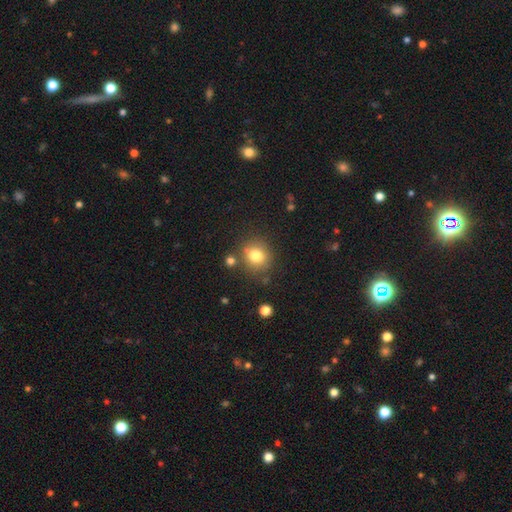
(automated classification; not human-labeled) smooth_or_featured: smooth (p=0.78) [alt: star or artifact p=0.12]
how_rounded: round (p=0.79) [alt: in between p=0.20]
merging: none (p=0.77) [alt: minor disturbance p=0.11]